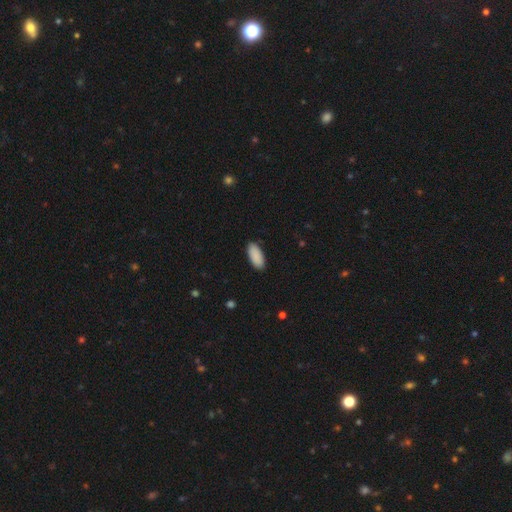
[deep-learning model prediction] smooth-or-featured: smooth: 91% | star or artifact: 6% | featured or disk: 4%
  how-rounded: in between: 89% | cigar-shaped: 9% | round: 2%
  merging: none: 88% | minor disturbance: 9% | major disturbance: 2% | merger: 1%